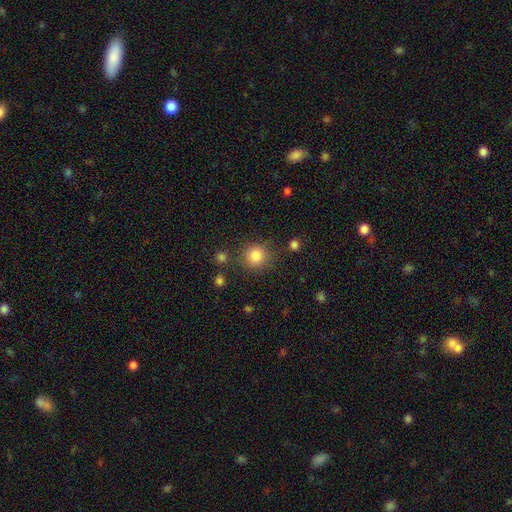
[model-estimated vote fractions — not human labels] Morphology: type=smooth (84%); roundness=round (89%); merging=none (80%).